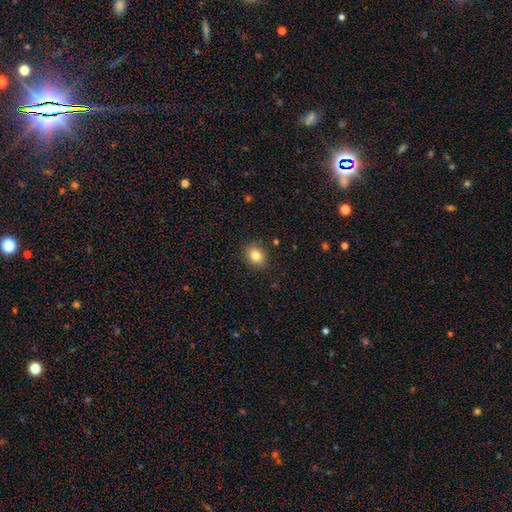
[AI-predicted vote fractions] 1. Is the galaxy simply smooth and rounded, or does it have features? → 82% smooth, 10% star or artifact, 8% featured or disk.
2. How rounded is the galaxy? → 55% round, 44% in between, 1% cigar-shaped.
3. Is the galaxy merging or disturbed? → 88% none, 9% minor disturbance, 2% major disturbance, 1% merger.